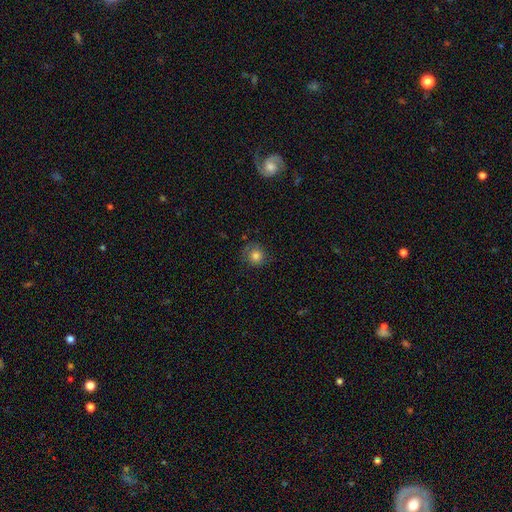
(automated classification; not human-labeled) Smooth or featured?
  - smooth: 79% *
  - star or artifact: 11%
  - featured or disk: 10%
How rounded?
  - round: 89% *
  - in between: 10%
  - cigar-shaped: 1%
Merging?
  - none: 76% *
  - minor disturbance: 17%
  - major disturbance: 6%
  - merger: 1%